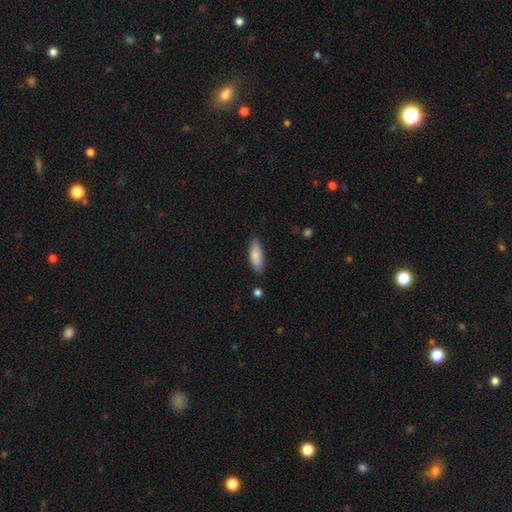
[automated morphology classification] This appears to be a smooth galaxy with no disk features (85%) that is in between round and cigar-shaped (70%). Merging: none (82%).